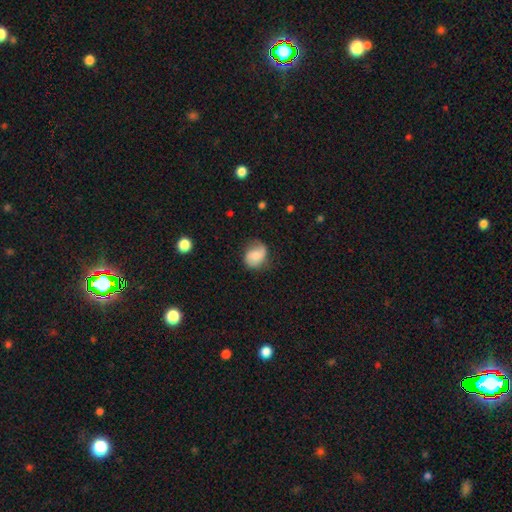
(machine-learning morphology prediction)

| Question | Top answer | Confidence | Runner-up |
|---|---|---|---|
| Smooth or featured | smooth | 64% | featured or disk (28%) |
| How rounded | round | 52% | in between (47%) |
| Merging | none | 60% | minor disturbance (29%) |